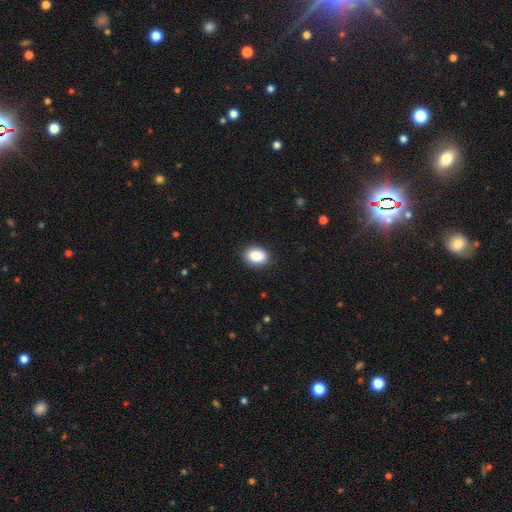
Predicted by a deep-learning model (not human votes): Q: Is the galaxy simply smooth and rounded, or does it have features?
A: smooth — 88%.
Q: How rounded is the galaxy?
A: in between — 72%.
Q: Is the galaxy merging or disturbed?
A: none — 88%.